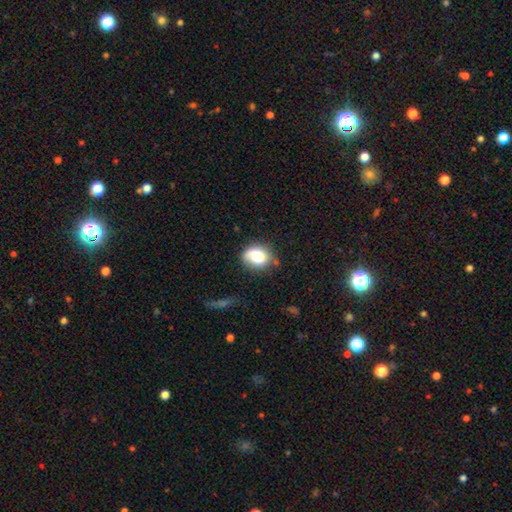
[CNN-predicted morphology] A smooth galaxy with no disk features (75%) that is round (54%).

Vote fractions:
- Smooth or featured? smooth: 75% / featured or disk: 16% / star or artifact: 9%
- How rounded? round: 54% / in between: 45% / cigar-shaped: 1%
- Merging? none: 61% / minor disturbance: 26% / major disturbance: 9% / merger: 5%